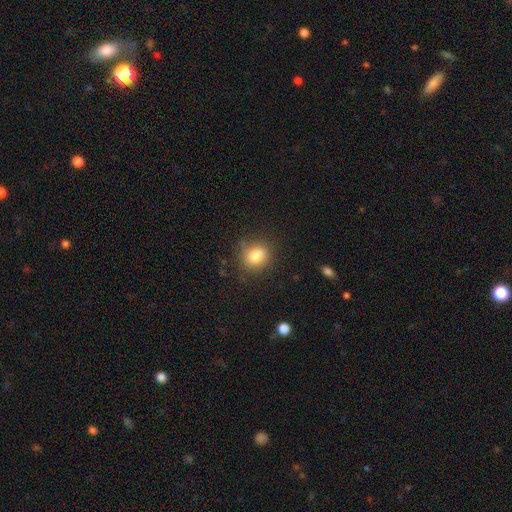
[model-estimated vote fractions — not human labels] Smooth or featured: smooth — 81% (star or artifact — 11%)
How rounded: round — 74% (in between — 25%)
Merging: none — 80% (minor disturbance — 14%)